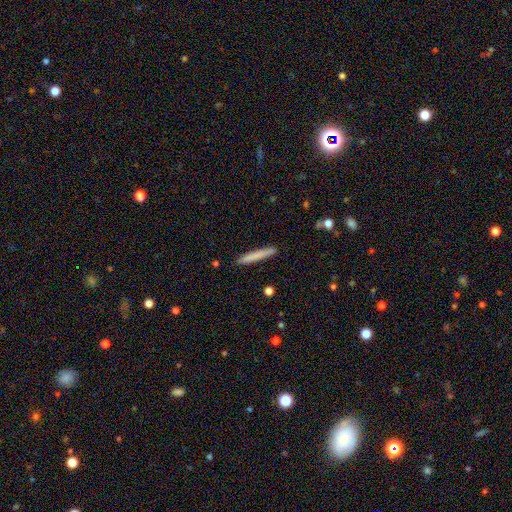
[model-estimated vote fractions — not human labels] A smooth galaxy with no disk features (75%) that is cigar-shaped (96%).

Vote fractions:
- Smooth or featured? smooth: 75% / featured or disk: 19% / star or artifact: 6%
- How rounded? cigar-shaped: 96% / in between: 3% / round: 1%
- Merging? none: 91% / minor disturbance: 7% / major disturbance: 1% / merger: 1%